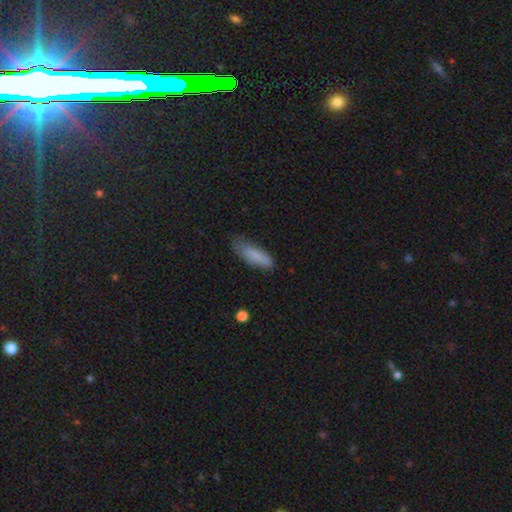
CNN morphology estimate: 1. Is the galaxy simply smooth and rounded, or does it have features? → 83% smooth, 11% featured or disk, 6% star or artifact.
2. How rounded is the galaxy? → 55% in between, 43% cigar-shaped, 2% round.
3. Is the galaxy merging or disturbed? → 59% none, 31% minor disturbance, 8% major disturbance, 2% merger.